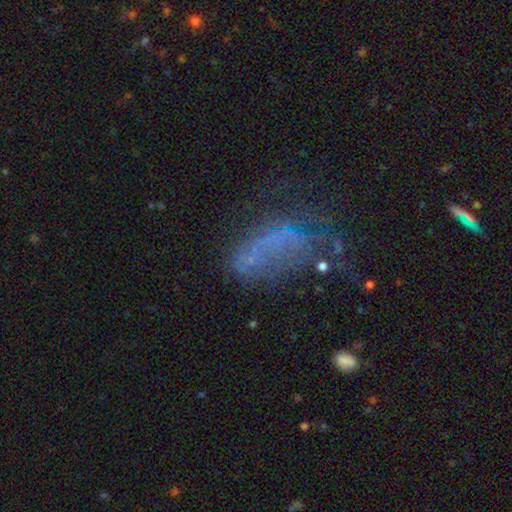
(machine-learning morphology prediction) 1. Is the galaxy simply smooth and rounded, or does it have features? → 43% featured or disk, 33% smooth, 24% star or artifact.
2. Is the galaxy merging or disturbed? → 42% major disturbance, 31% none, 18% minor disturbance, 9% merger.